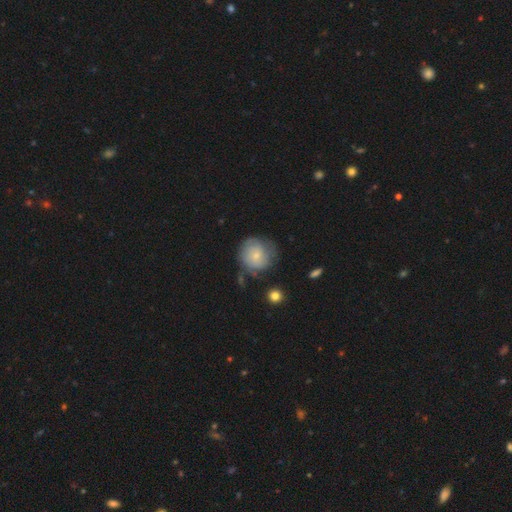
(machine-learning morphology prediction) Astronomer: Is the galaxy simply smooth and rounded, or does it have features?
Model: smooth — 62%.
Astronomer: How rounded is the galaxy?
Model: round — 88%.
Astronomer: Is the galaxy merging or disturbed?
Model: none — 61%.